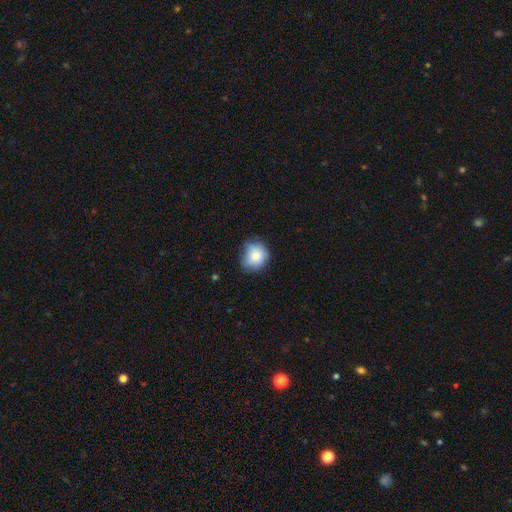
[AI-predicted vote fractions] Smooth or featured: smooth — 80% (featured or disk — 11%)
How rounded: round — 79% (in between — 20%)
Merging: none — 61% (minor disturbance — 30%)